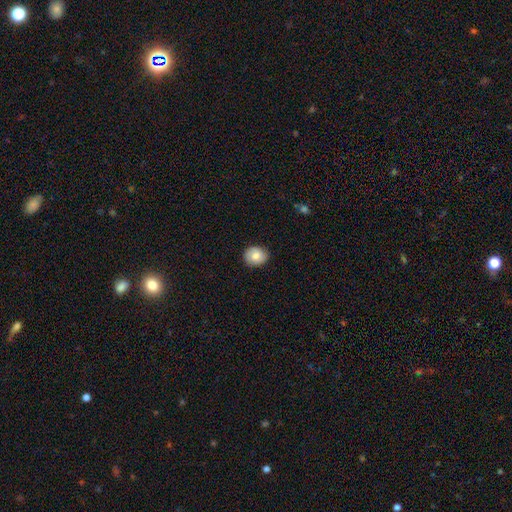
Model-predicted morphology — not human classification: This is likely a smooth galaxy (75%). How rounded: likely round (68%). Merging: clearly none (84%).